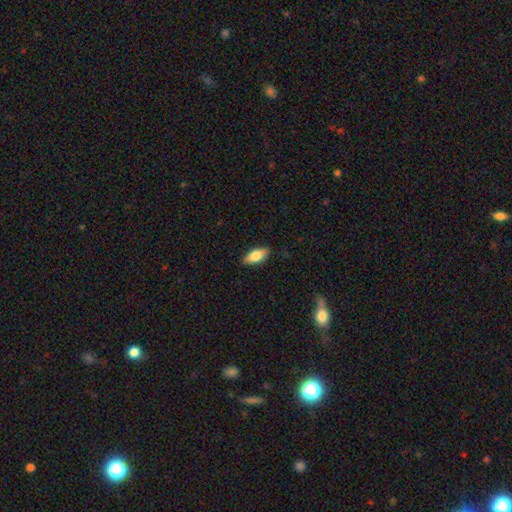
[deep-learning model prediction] Smooth or featured? Predicted: smooth (p=0.73). How rounded? Predicted: in between (p=0.86). Merging? Predicted: none (p=0.87).